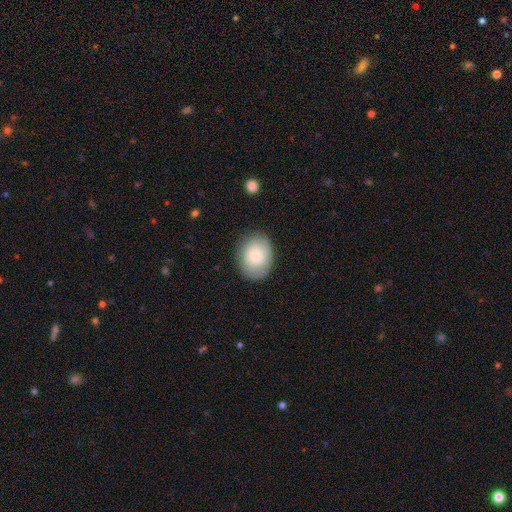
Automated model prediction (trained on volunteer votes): This appears to be a smooth galaxy with no disk features (73%) that is in between round and cigar-shaped (55%). Merging: none (81%).